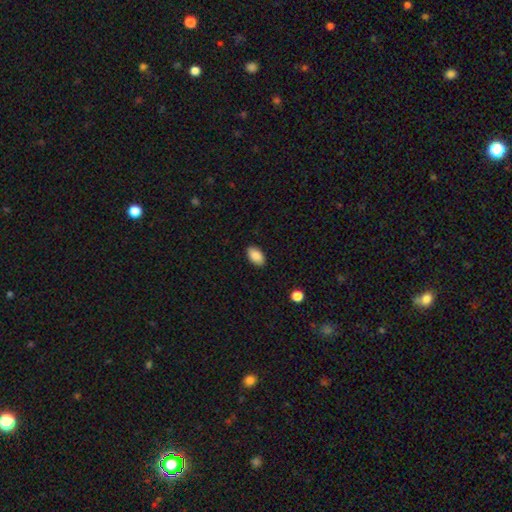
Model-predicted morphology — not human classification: The model was most divided on "smooth or featured": smooth: 88%, star or artifact: 7%, featured or disk: 5%. More confident: how rounded — in between (93%); merging — none (89%).